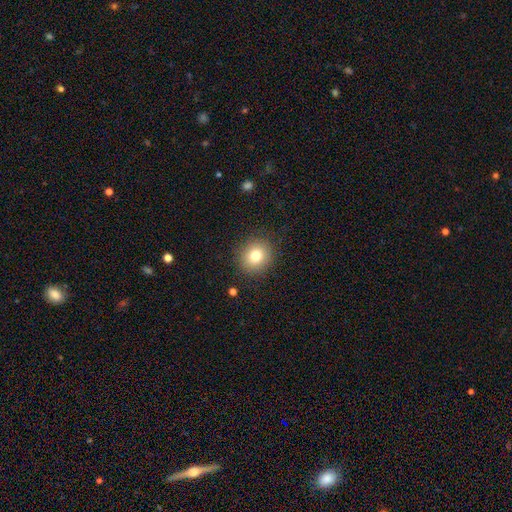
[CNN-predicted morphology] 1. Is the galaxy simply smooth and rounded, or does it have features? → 78% smooth, 12% star or artifact, 10% featured or disk.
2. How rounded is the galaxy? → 86% round, 13% in between, 1% cigar-shaped.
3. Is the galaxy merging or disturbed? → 88% none, 8% minor disturbance, 3% major disturbance, 1% merger.